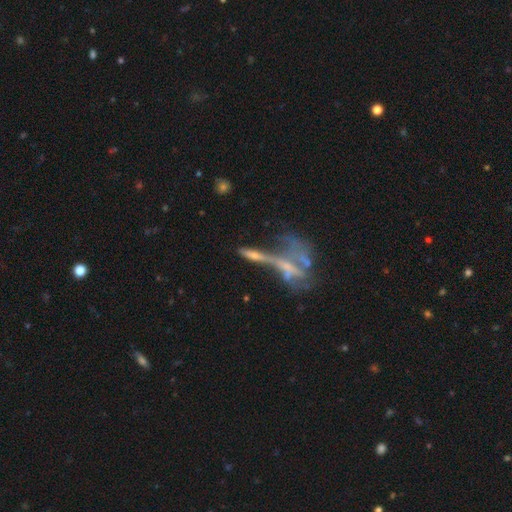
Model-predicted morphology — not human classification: smooth_or_featured: featured or disk (p=0.56) [alt: smooth p=0.25]
disk_edge_on: no (p=0.61) [alt: yes p=0.39]
merging: merger (p=0.50) [alt: major disturbance p=0.21]